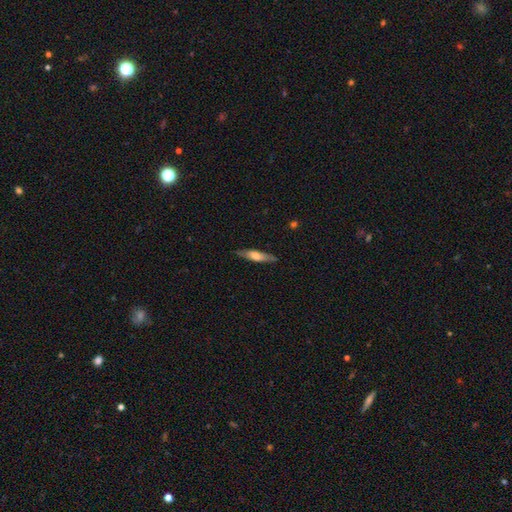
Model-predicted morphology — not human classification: smooth-or-featured: smooth: 50% | featured or disk: 44% | star or artifact: 6%
  how-rounded: cigar-shaped: 77% | in between: 21% | round: 2%
  merging: none: 84% | minor disturbance: 12% | major disturbance: 3% | merger: 1%